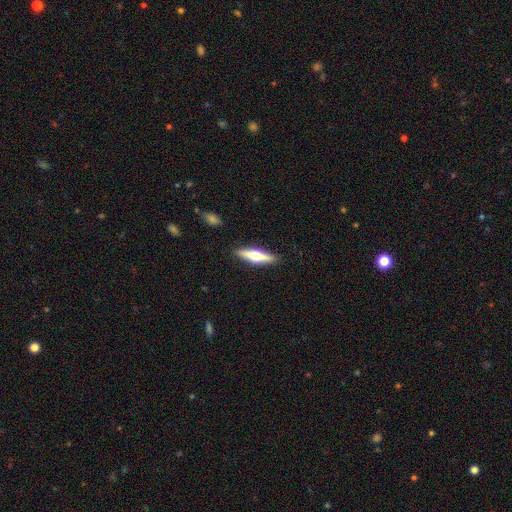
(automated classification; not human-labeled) Smooth or featured?
  - featured or disk: 58% *
  - smooth: 37%
  - star or artifact: 5%
Edge-on disk?
  - yes: 95% *
  - no: 5%
Edge-on bulge?
  - rounded: 94% *
  - boxy: 4%
  - none: 3%
Merging?
  - none: 90% *
  - minor disturbance: 7%
  - major disturbance: 2%
  - merger: 1%